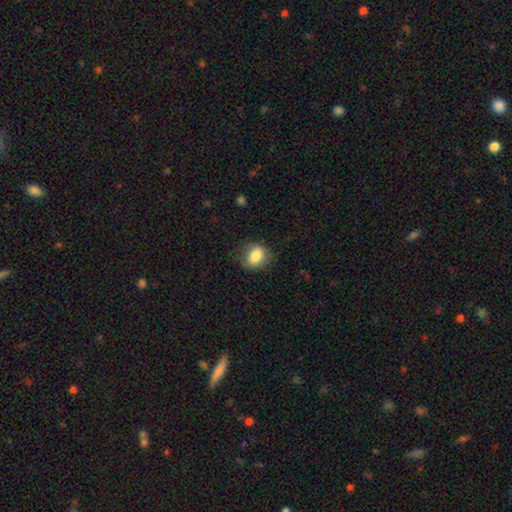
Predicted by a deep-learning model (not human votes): A smooth galaxy with no disk features (81%) that is in between round and cigar-shaped (54%). Merging: none (73%).